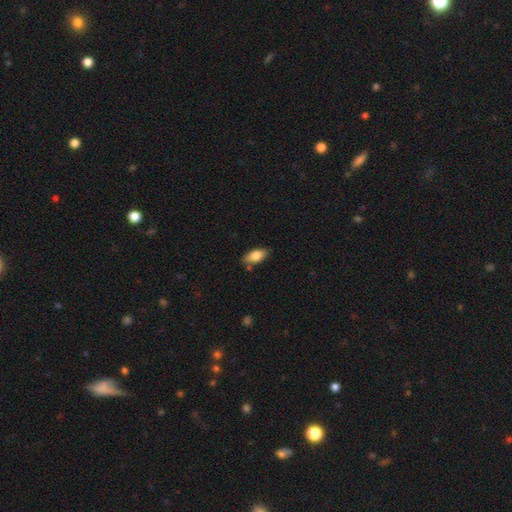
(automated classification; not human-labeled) A smooth galaxy with no disk features (80%) that is in between round and cigar-shaped (88%).

Vote fractions:
- Smooth or featured? smooth: 80% / featured or disk: 14% / star or artifact: 7%
- How rounded? in between: 88% / cigar-shaped: 9% / round: 3%
- Merging? none: 80% / minor disturbance: 14% / merger: 3% / major disturbance: 2%